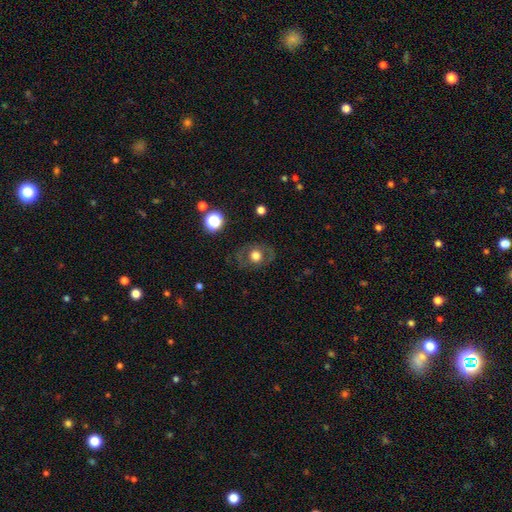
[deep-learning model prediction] Smooth or featured? smooth (59%)
How rounded? round (71%)
Merging? none (78%)